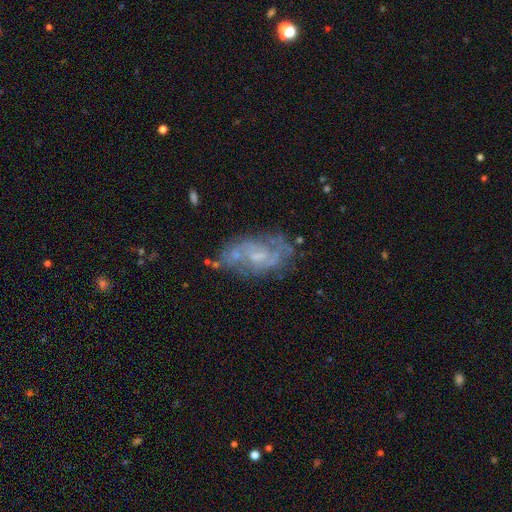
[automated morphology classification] Smooth or featured: featured or disk — 66% (smooth — 23%)
Edge-on disk: no — 95% (yes — 5%)
Bar: no — 61% (weak — 33%)
Spiral arms: yes — 59% (no — 41%)
Bulge size: small — 52% (moderate — 25%)
Merging: none — 59% (minor disturbance — 21%)